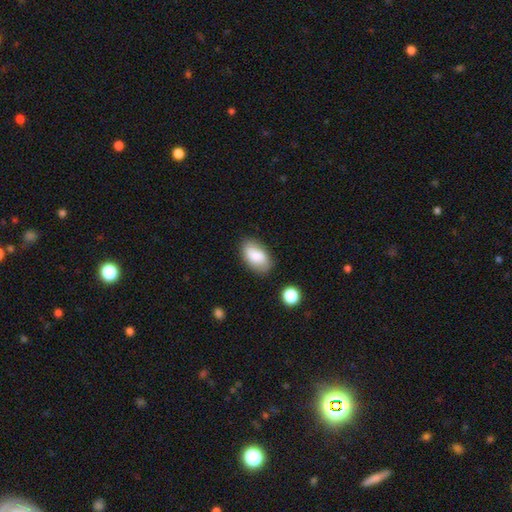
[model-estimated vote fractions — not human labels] Smooth or featured? Predicted: smooth (p=0.83). How rounded? Predicted: in between (p=0.93). Merging? Predicted: none (p=0.78).